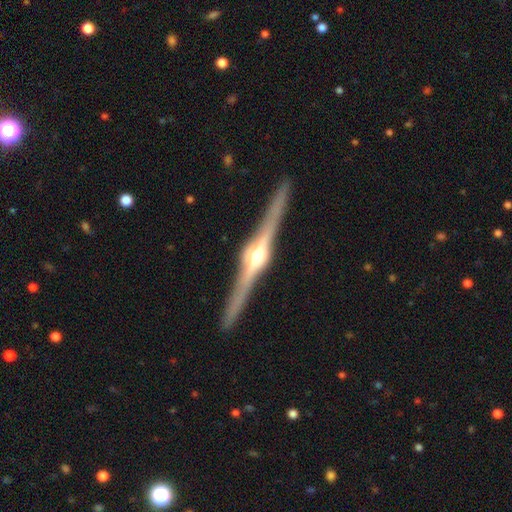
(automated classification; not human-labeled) Morphology: type=featured or disk (88%); edge-on=yes (98%); edge-on bulge=rounded (94%); merging=none (90%).